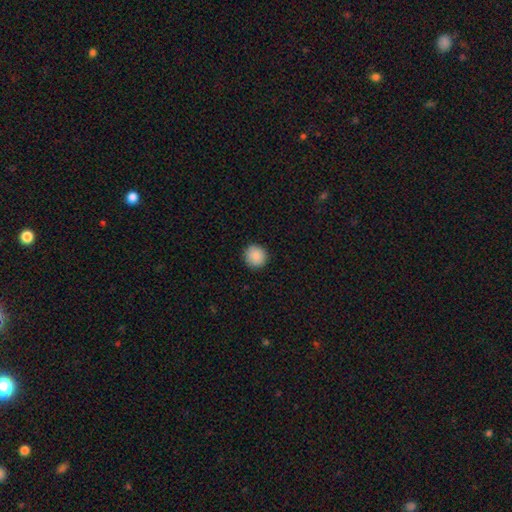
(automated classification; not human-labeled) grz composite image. It shows a smooth galaxy with no disk features (89%) that is round (93%). Merging: none (91%).